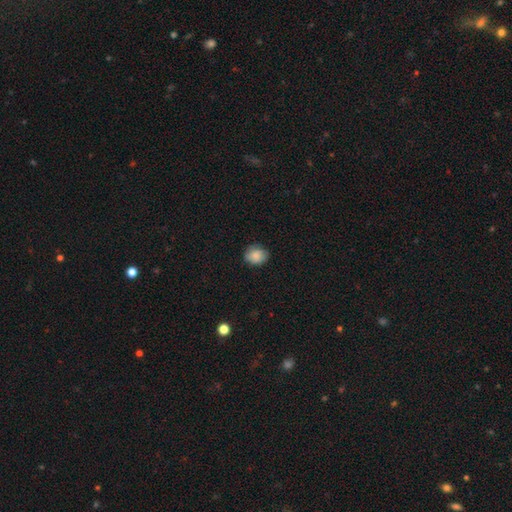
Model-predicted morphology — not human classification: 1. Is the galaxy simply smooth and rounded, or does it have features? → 86% smooth, 8% star or artifact, 6% featured or disk.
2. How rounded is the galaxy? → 56% round, 43% in between, 1% cigar-shaped.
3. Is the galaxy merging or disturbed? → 79% none, 17% minor disturbance, 3% major disturbance, 1% merger.